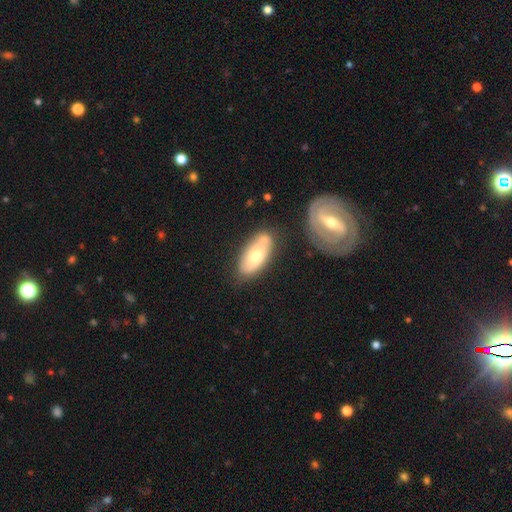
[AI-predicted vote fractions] This is likely a smooth galaxy (61%). How rounded: clearly in between (86%). Merging: likely none (66%).